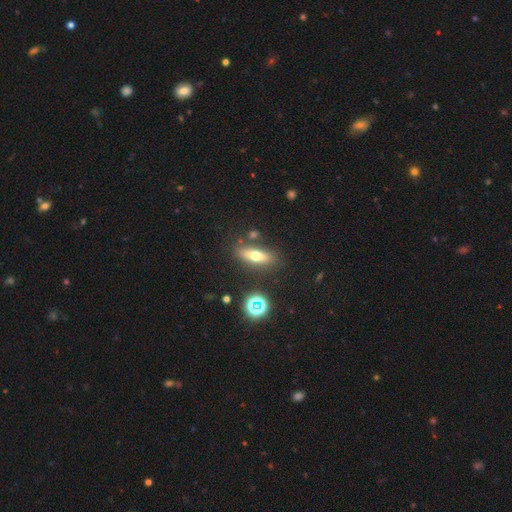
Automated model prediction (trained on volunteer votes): Smooth or featured: smooth — 56% (featured or disk — 33%)
How rounded: cigar-shaped — 52% (in between — 43%)
Merging: none — 81% (minor disturbance — 11%)